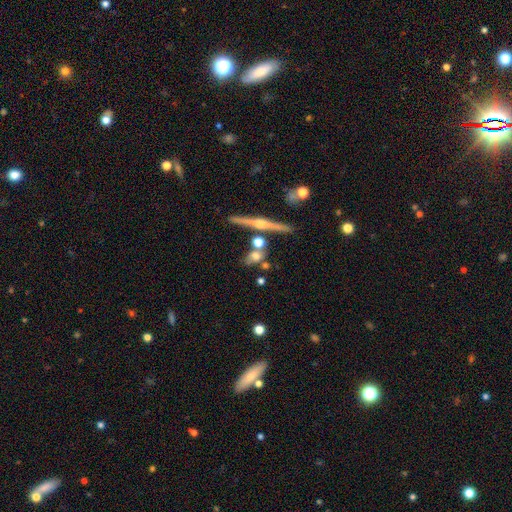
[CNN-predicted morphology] This is possibly a smooth galaxy (51%). How rounded: marginally in between (41%). Merging: likely none (61%).